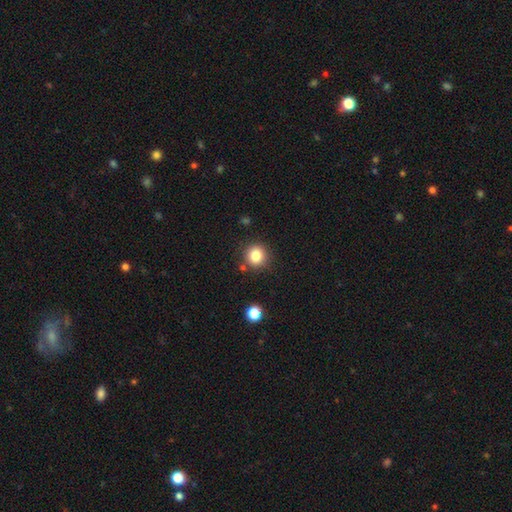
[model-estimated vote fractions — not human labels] Overall: smooth (83%). How rounded: round (91%). Merging: none (84%).